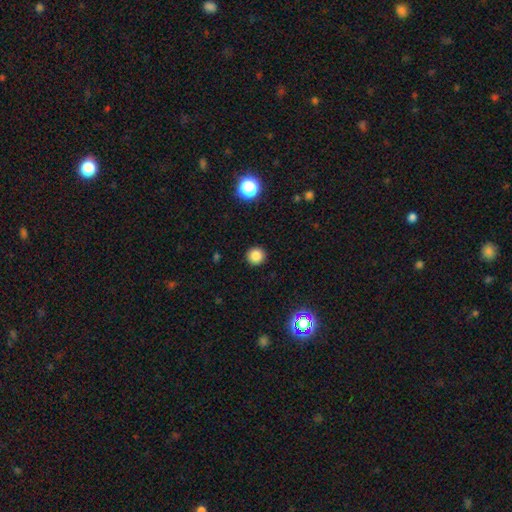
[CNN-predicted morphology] This appears to be a smooth galaxy with no disk features (84%) that is round (95%). Merging: none (92%).